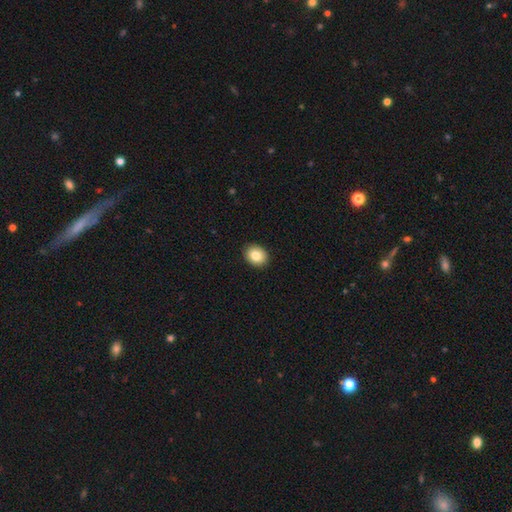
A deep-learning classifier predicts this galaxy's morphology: Smooth or featured? smooth (83%)
How rounded? round (52%)
Merging? none (91%)